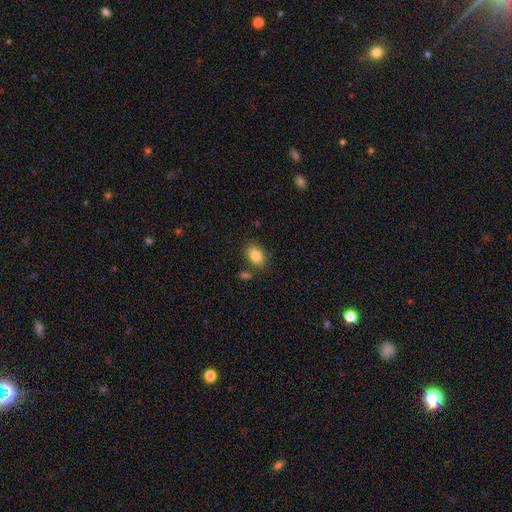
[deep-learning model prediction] Morphology: type=smooth (84%); roundness=in between (83%); merging=none (77%).